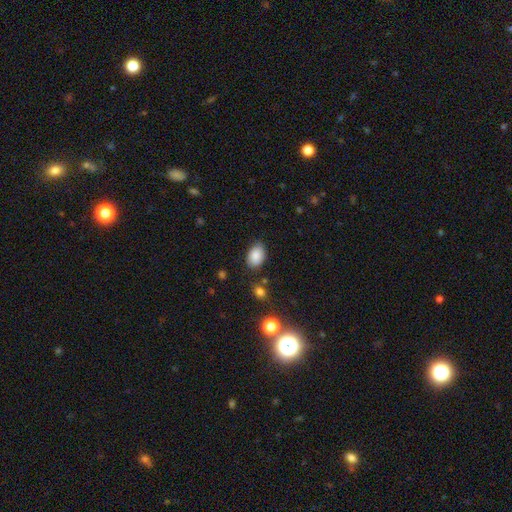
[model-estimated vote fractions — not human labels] smooth-or-featured: smooth: 87% | star or artifact: 8% | featured or disk: 5%
  how-rounded: in between: 86% | round: 13% | cigar-shaped: 1%
  merging: none: 81% | minor disturbance: 14% | major disturbance: 3% | merger: 2%